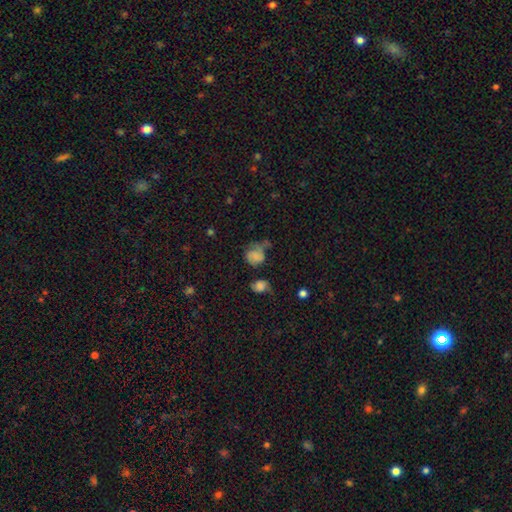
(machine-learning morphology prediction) Smooth or featured? Predicted: smooth (p=0.59). How rounded? Predicted: round (p=0.64). Merging? Predicted: none (p=0.38).